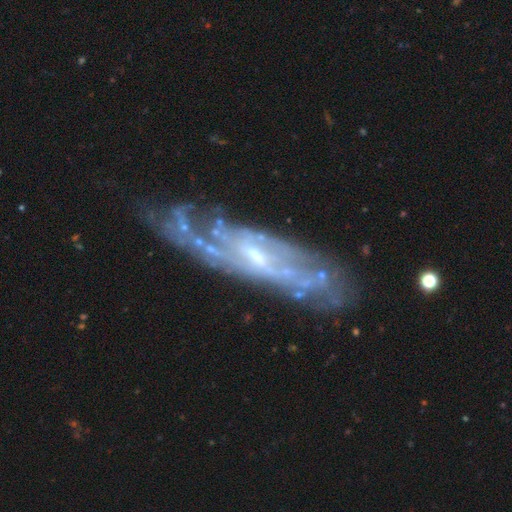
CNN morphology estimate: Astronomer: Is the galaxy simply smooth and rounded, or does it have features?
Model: featured or disk — 85%.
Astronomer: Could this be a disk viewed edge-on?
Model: no — 75%.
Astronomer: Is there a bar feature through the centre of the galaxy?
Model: weak — 44% (runner-up: no, 39%).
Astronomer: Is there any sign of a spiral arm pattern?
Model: yes — 88%.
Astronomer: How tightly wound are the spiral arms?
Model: tight — 53% (runner-up: medium, 34%).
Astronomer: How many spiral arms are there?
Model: can't tell — 53%.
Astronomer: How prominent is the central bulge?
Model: small — 63%.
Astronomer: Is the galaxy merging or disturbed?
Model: none — 66%.